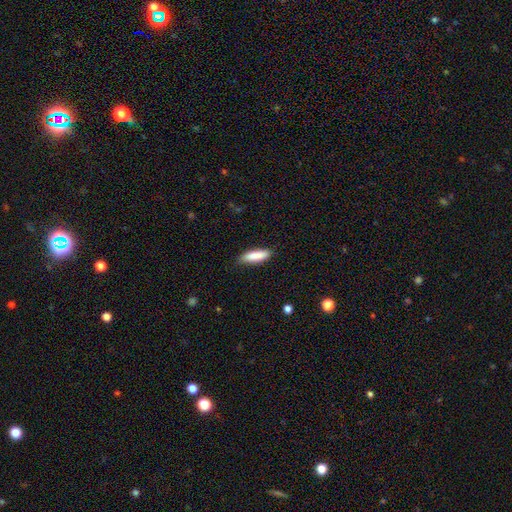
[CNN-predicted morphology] The model was most divided on "how rounded": cigar-shaped: 59%, in between: 40%, round: 2%. More confident: smooth or featured — smooth (86%); merging — none (81%).